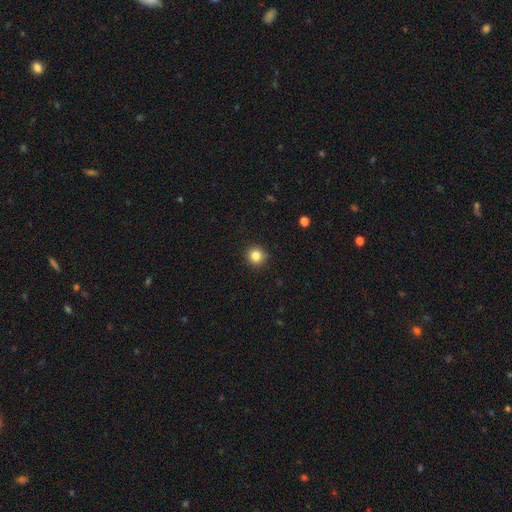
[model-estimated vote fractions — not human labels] A smooth galaxy with no disk features (84%) that is round (93%).

Vote fractions:
- Smooth or featured? smooth: 84% / star or artifact: 11% / featured or disk: 5%
- How rounded? round: 93% / in between: 6% / cigar-shaped: 1%
- Merging? none: 91% / minor disturbance: 6% / major disturbance: 2% / merger: 1%